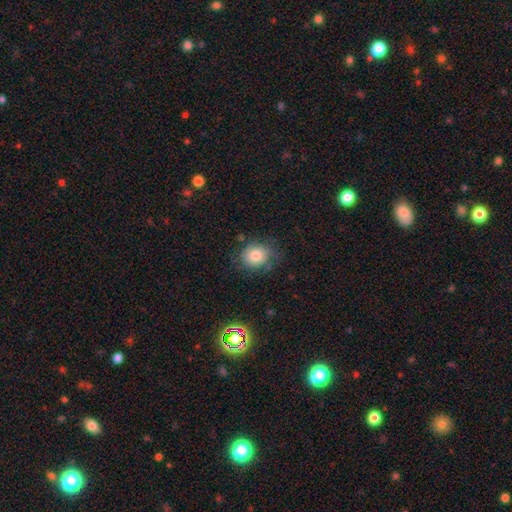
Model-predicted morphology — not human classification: Smooth or featured?
  - smooth: 79% *
  - featured or disk: 12%
  - star or artifact: 10%
How rounded?
  - round: 68% *
  - in between: 32%
  - cigar-shaped: 1%
Merging?
  - none: 70% *
  - minor disturbance: 21%
  - major disturbance: 7%
  - merger: 2%